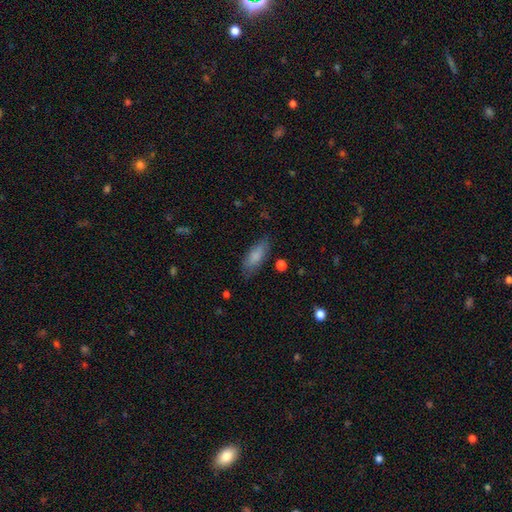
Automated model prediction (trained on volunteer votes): The model was most divided on "how rounded": in between: 69%, cigar-shaped: 29%, round: 2%. More confident: smooth or featured — smooth (82%); merging — none (78%).